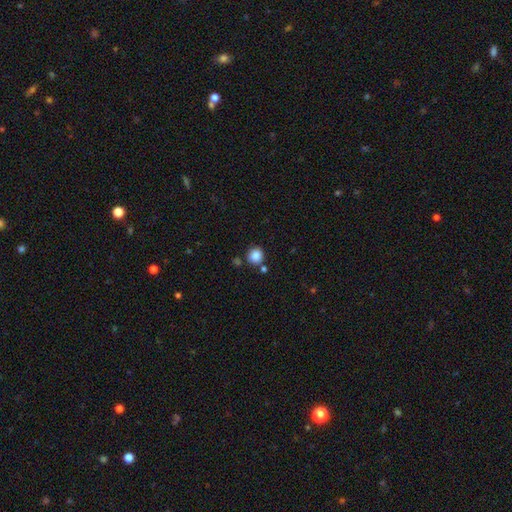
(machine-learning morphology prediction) Overall: smooth (85%). How rounded: round (92%). Merging: none (80%).